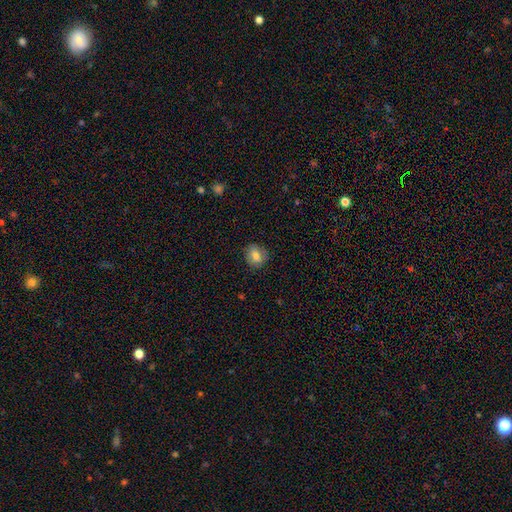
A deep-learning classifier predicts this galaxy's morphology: smooth 76%, featured or disk 15%, star or artifact 9%. Down the decision tree: how rounded — round (58%); merging — none (81%).